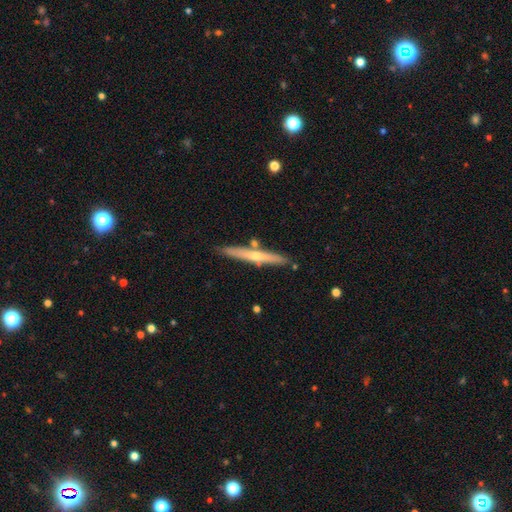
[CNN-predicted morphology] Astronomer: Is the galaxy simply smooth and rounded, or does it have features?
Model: featured or disk — 56% (runner-up: smooth, 38%).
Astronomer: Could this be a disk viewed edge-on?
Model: yes — 95%.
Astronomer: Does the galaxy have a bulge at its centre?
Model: rounded — 68%.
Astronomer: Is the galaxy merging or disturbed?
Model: none — 84%.